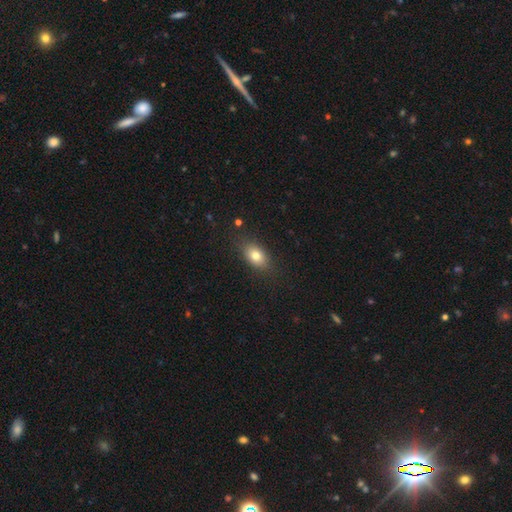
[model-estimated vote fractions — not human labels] A smooth galaxy with no disk features (79%) that is in between round and cigar-shaped (82%). Merging: none (83%).